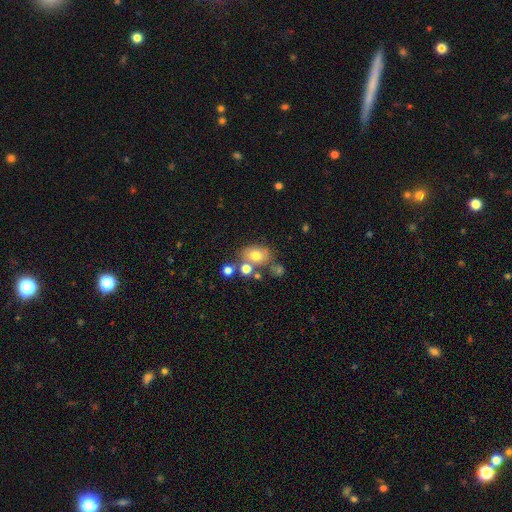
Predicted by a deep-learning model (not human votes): Morphology: type=smooth (69%); roundness=in between (59%); merging=none (54%).